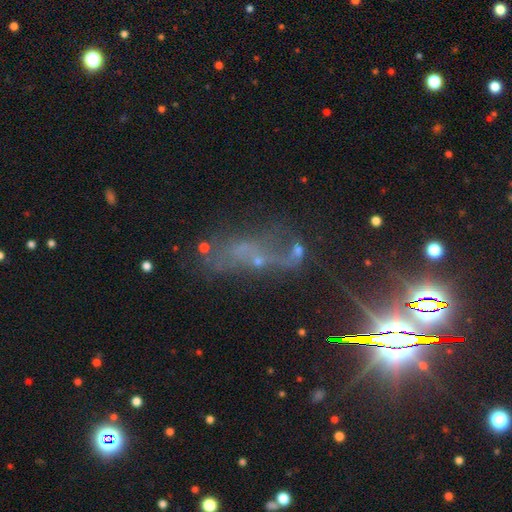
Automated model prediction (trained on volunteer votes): The model was most divided on "merging": none: 34%, major disturbance: 29%, merger: 21%, minor disturbance: 16%. Remaining: smooth or featured — featured or disk (45%).